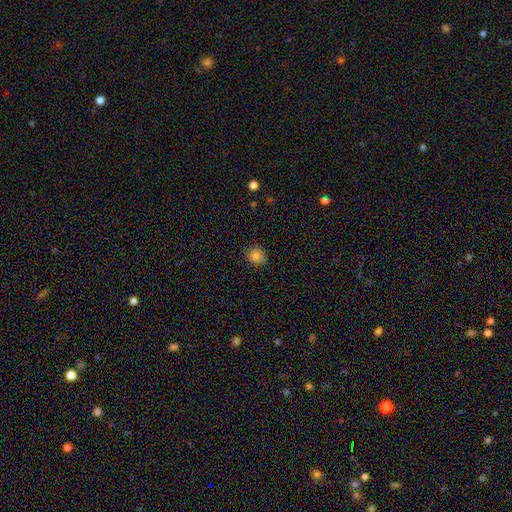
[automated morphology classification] This appears to be a smooth galaxy with no disk features (81%) that is round (71%). Merging: none (81%).